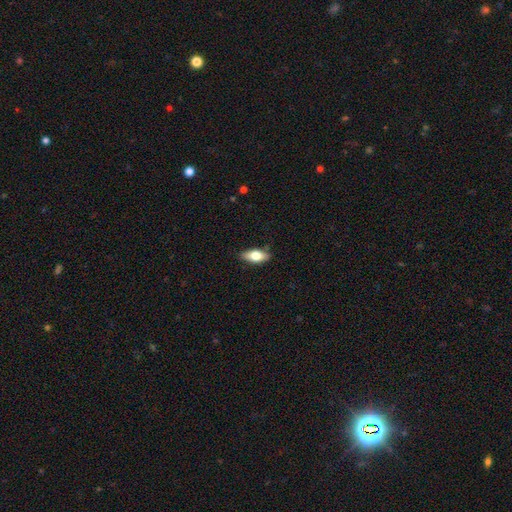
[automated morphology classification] Overall: smooth (71%). How rounded: in between (83%). Merging: none (84%).